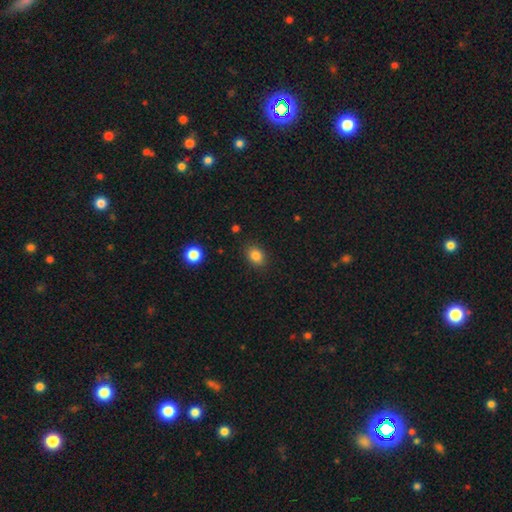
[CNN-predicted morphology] Smooth or featured? Predicted: smooth (p=0.84). How rounded? Predicted: in between (p=0.58). Merging? Predicted: none (p=0.87).